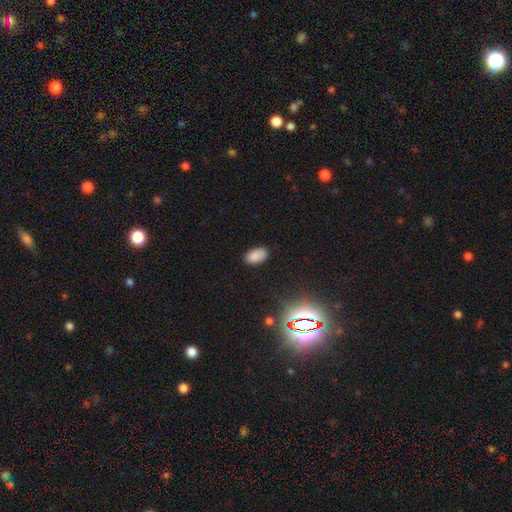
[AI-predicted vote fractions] Q: Smooth or featured?
A: smooth (82%); runner-up: star or artifact (13%)
Q: How rounded?
A: in between (93%); runner-up: round (6%)
Q: Merging?
A: none (85%); runner-up: minor disturbance (12%)